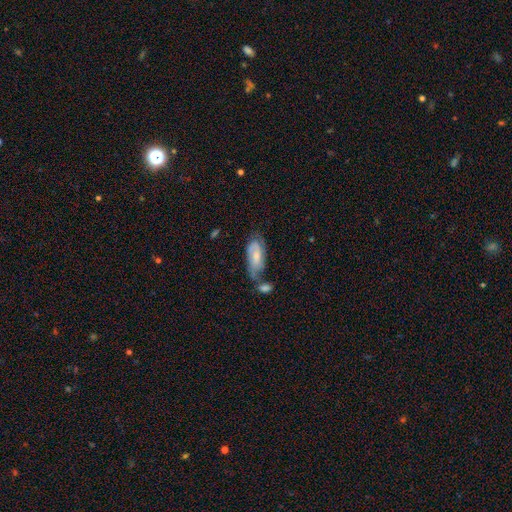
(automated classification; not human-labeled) Smooth or featured? smooth (52%)
How rounded? in between (84%)
Merging? none (38%)